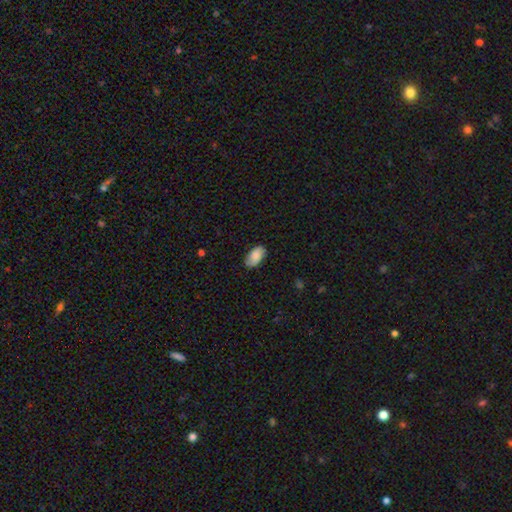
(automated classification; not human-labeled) smooth 73%, featured or disk 20%, star or artifact 7%. Down the decision tree: how rounded — in between (94%); merging — none (82%).